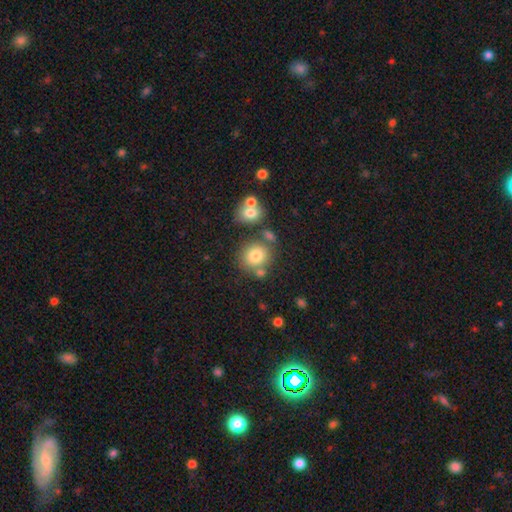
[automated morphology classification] Smooth or featured?
  - smooth: 77% *
  - star or artifact: 12%
  - featured or disk: 11%
How rounded?
  - round: 80% *
  - in between: 19%
  - cigar-shaped: 1%
Merging?
  - none: 65% *
  - merger: 19%
  - minor disturbance: 11%
  - major disturbance: 4%